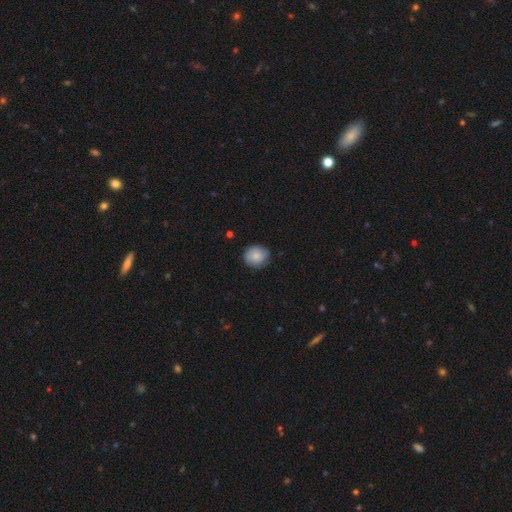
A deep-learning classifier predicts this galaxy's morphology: The model was most divided on "merging": none: 80%, minor disturbance: 16%, major disturbance: 3%, merger: 1%. More confident: how rounded — round (82%); smooth or featured — smooth (79%).